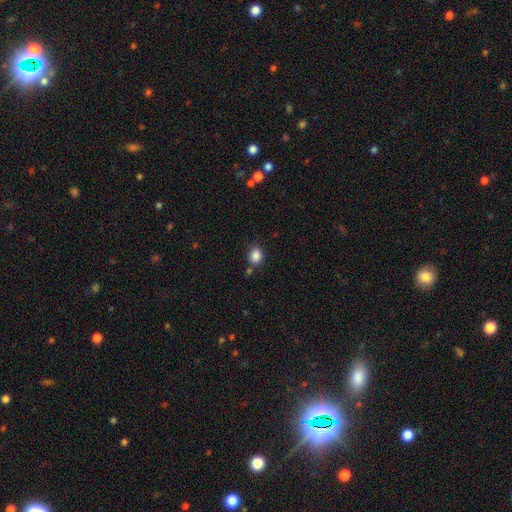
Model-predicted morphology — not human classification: type=smooth (86%); roundness=round (56%); merging=none (74%).